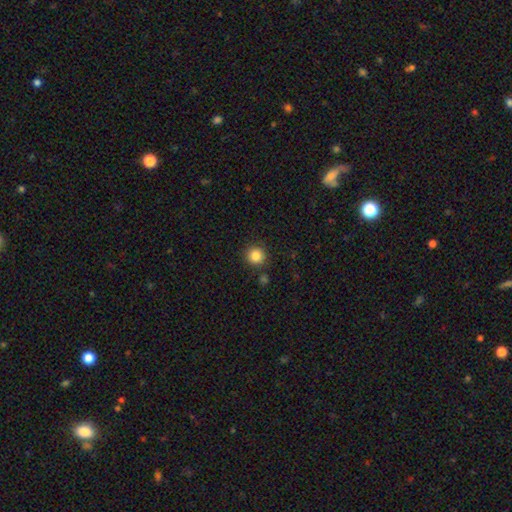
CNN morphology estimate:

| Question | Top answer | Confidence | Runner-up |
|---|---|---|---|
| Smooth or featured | smooth | 84% | star or artifact (11%) |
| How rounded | round | 94% | in between (5%) |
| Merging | none | 87% | minor disturbance (7%) |